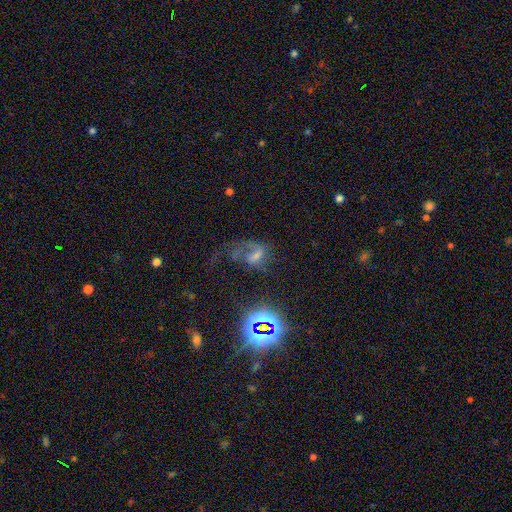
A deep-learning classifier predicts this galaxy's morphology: The model was most divided on "bulge size" (2-way tie): small: 36%, moderate: 36%, none: 18%, large: 8%, dominant: 3%. Remaining: edge-on disk — no (96%); spiral arms — yes (79%); smooth or featured — featured or disk (55%); bar — no (48%); merging — major disturbance (47%).